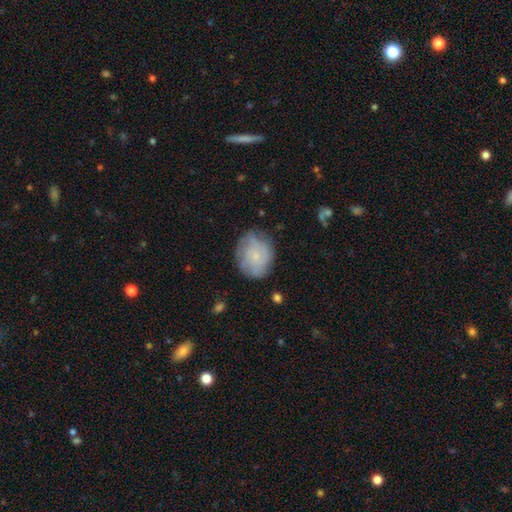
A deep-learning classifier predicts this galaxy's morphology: This appears to be a featured or disk galaxy (47%). Merging: none (70%).